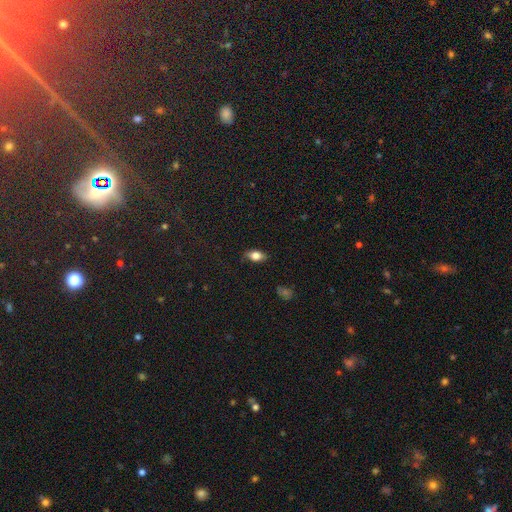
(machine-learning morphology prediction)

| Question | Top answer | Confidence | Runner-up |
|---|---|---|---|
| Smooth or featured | smooth | 75% | featured or disk (17%) |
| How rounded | in between | 86% | round (7%) |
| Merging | none | 84% | minor disturbance (12%) |